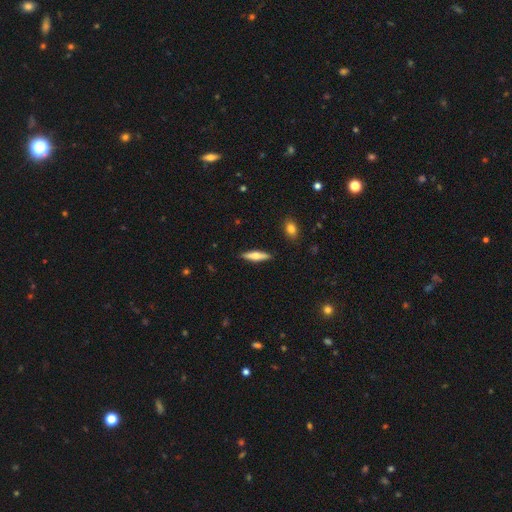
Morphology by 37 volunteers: Smooth or featured: smooth — 49% (featured or disk — 46%)
How rounded: cigar-shaped — 56% (in between — 44%)
Merging: none — 94% (minor disturbance — 6%)